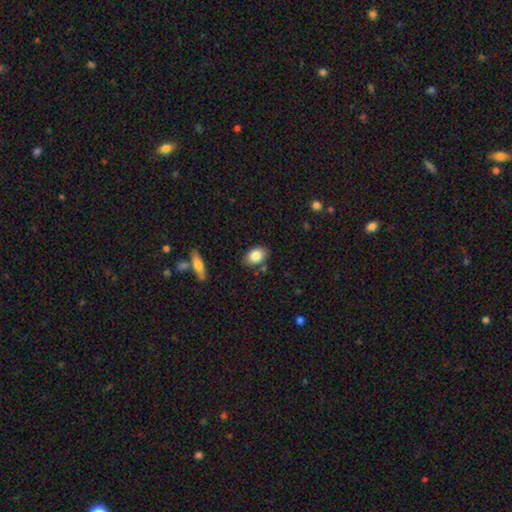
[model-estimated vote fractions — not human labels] Smooth or featured?
  - smooth: 83% *
  - featured or disk: 9%
  - star or artifact: 7%
How rounded?
  - in between: 83% *
  - round: 16%
  - cigar-shaped: 2%
Merging?
  - none: 82% *
  - minor disturbance: 12%
  - merger: 4%
  - major disturbance: 2%